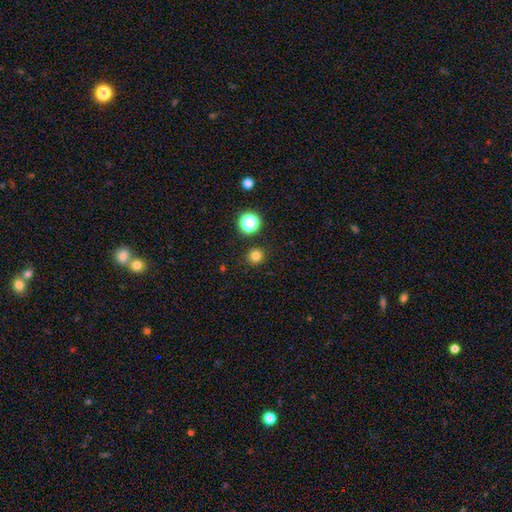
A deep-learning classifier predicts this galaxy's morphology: Smooth or featured: smooth — 79% (star or artifact — 16%)
How rounded: round — 92% (in between — 7%)
Merging: none — 90% (minor disturbance — 6%)